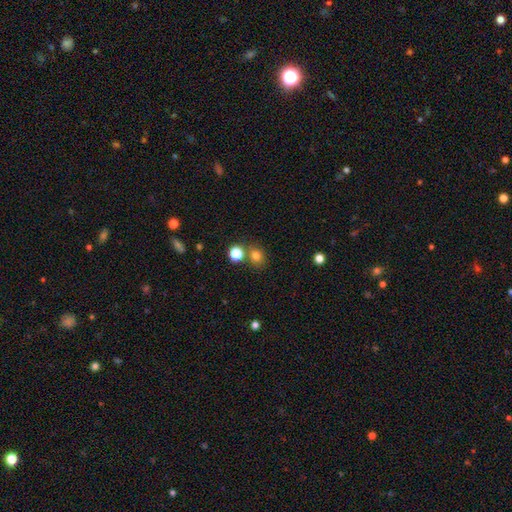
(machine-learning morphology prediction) smooth 78%, star or artifact 16%, featured or disk 6%. Down the decision tree: how rounded — round (75%); merging — none (69%).